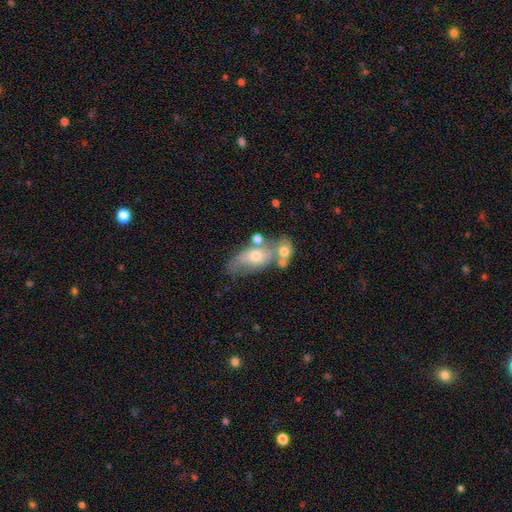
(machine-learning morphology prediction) The model was most divided on "smooth or featured": featured or disk: 48%, smooth: 43%, star or artifact: 9%. Remaining: merging — merger (43%).